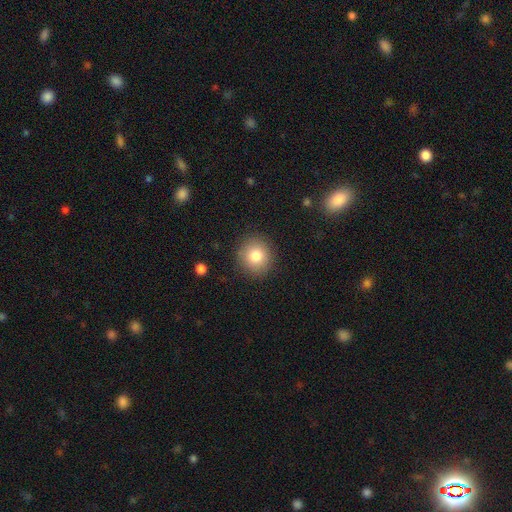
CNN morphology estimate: type=smooth (81%); roundness=round (89%); merging=none (89%).